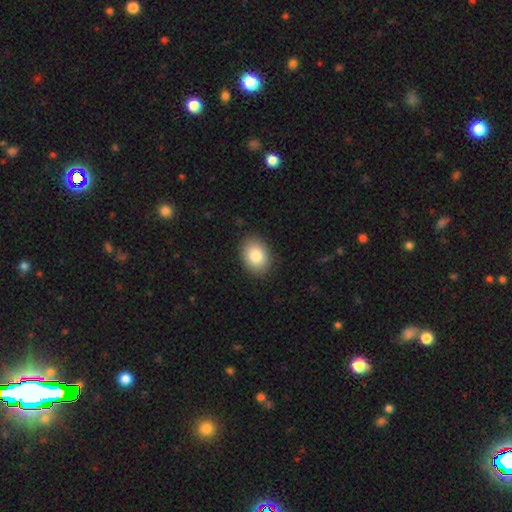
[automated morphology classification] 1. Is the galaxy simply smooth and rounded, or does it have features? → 84% smooth, 8% featured or disk, 8% star or artifact.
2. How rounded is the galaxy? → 70% in between, 29% round, 1% cigar-shaped.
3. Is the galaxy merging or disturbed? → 89% none, 8% minor disturbance, 2% major disturbance, 1% merger.